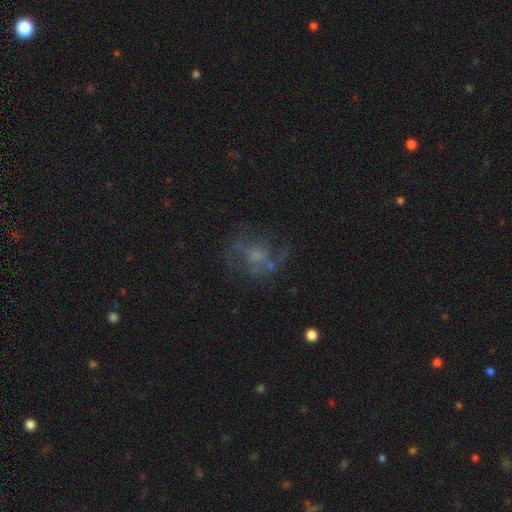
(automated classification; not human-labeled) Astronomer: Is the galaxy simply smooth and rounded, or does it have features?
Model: featured or disk — 59%.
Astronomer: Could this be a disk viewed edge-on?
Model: no — 97%.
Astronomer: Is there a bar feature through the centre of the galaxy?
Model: no — 71%.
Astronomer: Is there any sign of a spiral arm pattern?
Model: yes — 58% (runner-up: no, 42%).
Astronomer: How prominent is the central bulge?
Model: moderate — 35% (runner-up: small, 30%).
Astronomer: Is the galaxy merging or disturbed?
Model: none — 54%.